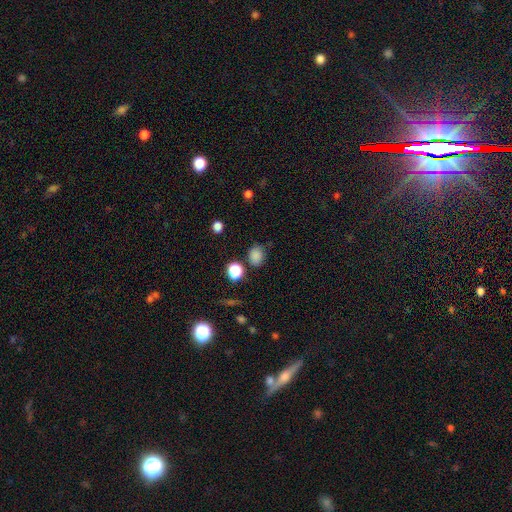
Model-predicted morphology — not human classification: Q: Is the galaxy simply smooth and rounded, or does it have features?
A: smooth — 80%.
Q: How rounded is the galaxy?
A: round — 59%.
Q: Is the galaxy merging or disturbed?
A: none — 72%.